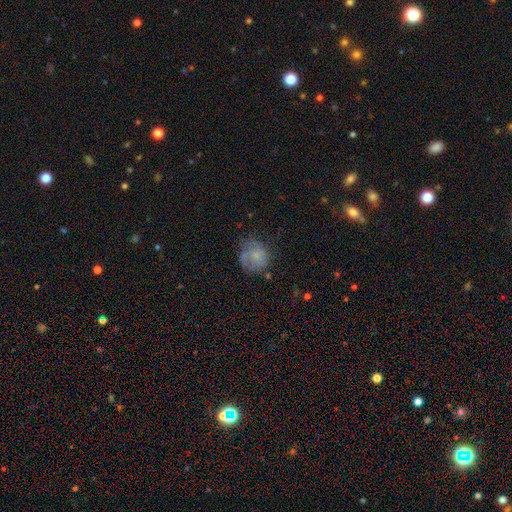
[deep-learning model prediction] Overall: smooth (55%; featured or disk 36%). How rounded: round (78%). Merging: none (52%; minor disturbance 27%).